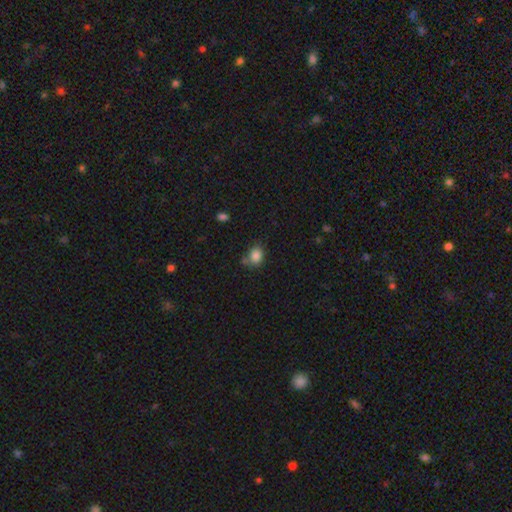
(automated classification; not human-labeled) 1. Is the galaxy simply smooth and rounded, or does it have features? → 84% smooth, 10% star or artifact, 6% featured or disk.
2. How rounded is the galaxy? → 50% in between, 49% round, 1% cigar-shaped.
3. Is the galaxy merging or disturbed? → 61% none, 20% minor disturbance, 13% merger, 6% major disturbance.